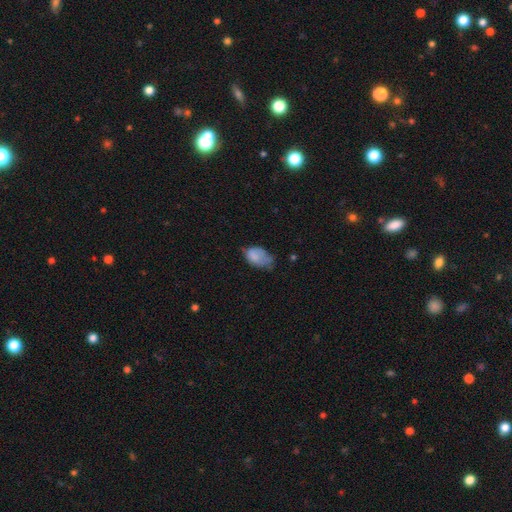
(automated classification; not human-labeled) smooth_or_featured: smooth (p=0.77) [alt: featured or disk p=0.14]
how_rounded: in between (p=0.89) [alt: round p=0.09]
merging: minor disturbance (p=0.44) [alt: none p=0.31]